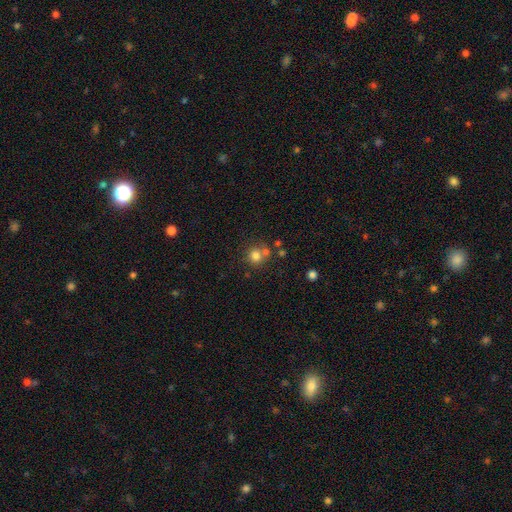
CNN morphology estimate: smooth_or_featured: smooth (p=0.77) [alt: star or artifact p=0.13]
how_rounded: round (p=0.89) [alt: in between p=0.10]
merging: none (p=0.61) [alt: merger p=0.25]